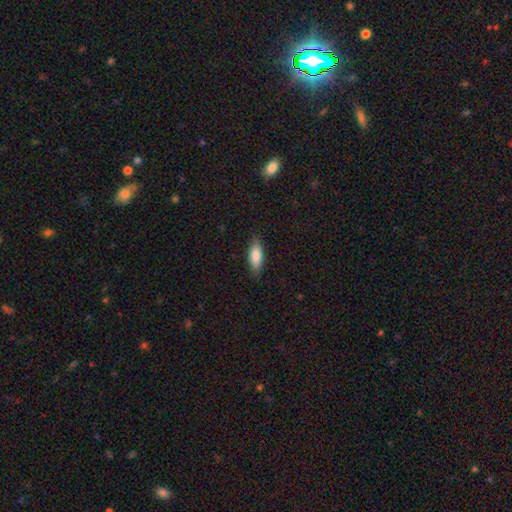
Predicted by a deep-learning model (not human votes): A smooth galaxy with no disk features (80%) that is in between round and cigar-shaped (67%). Merging: none (85%).